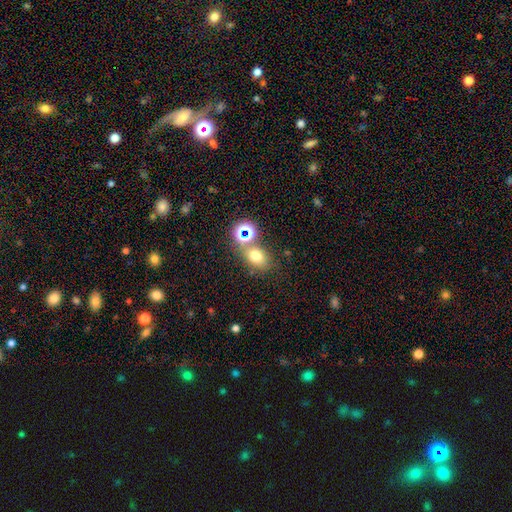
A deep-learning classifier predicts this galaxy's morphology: This is likely a smooth galaxy (68%). How rounded: possibly in between (59%). Merging: likely none (62%).